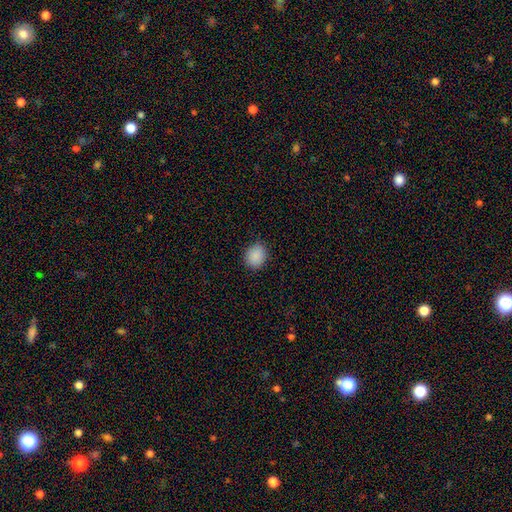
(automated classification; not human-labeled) Q: Smooth or featured?
A: smooth (89%); runner-up: star or artifact (9%)
Q: How rounded?
A: round (66%); runner-up: in between (33%)
Q: Merging?
A: none (87%); runner-up: minor disturbance (9%)